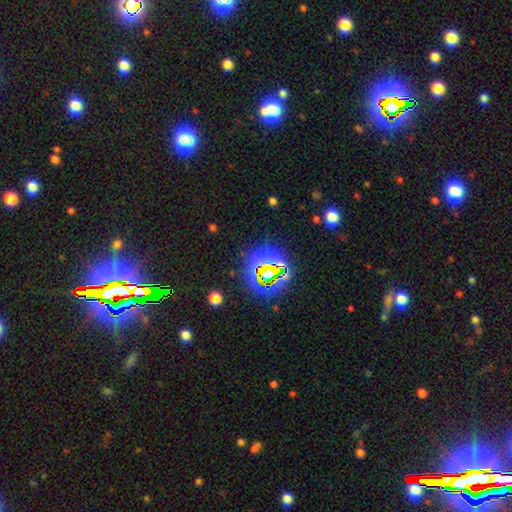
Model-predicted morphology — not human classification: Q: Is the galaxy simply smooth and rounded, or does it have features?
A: star or artifact — 76%.